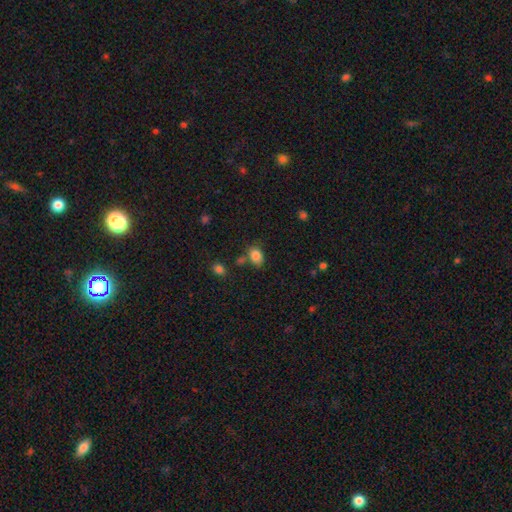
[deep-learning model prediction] Smooth or featured? smooth (84%)
How rounded? in between (75%)
Merging? none (67%)